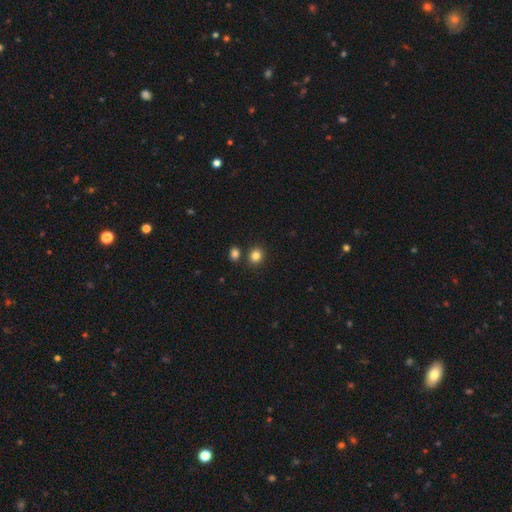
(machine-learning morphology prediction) Overall: smooth (84%). How rounded: round (71%). Merging: none (78%).